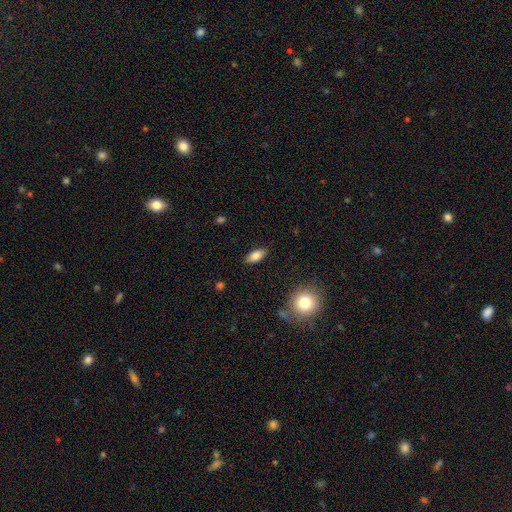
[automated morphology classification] Smooth or featured?
  - smooth: 82% *
  - featured or disk: 10%
  - star or artifact: 8%
How rounded?
  - in between: 89% *
  - cigar-shaped: 7%
  - round: 3%
Merging?
  - none: 86% *
  - minor disturbance: 10%
  - major disturbance: 2%
  - merger: 1%